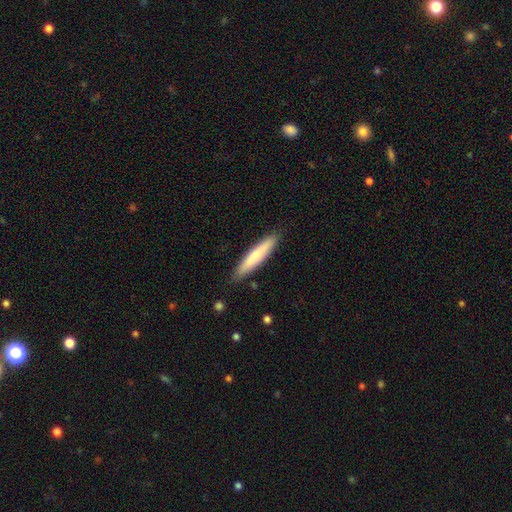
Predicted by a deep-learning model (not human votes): Smooth or featured? Predicted: smooth (p=0.71). How rounded? Predicted: cigar-shaped (p=0.90). Merging? Predicted: none (p=0.88).